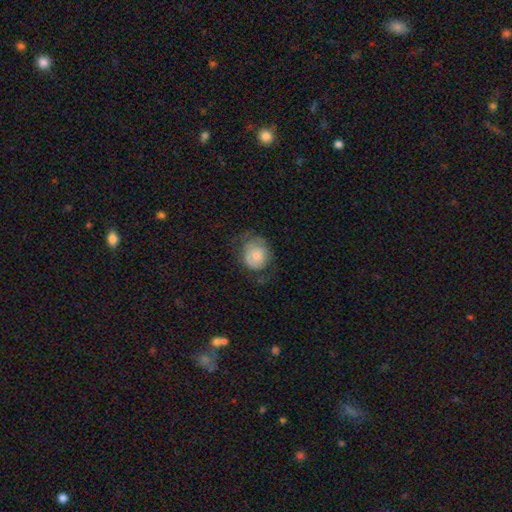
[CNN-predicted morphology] smooth 65%, featured or disk 27%, star or artifact 7%. Down the decision tree: how rounded — round (72%); merging — none (52%).